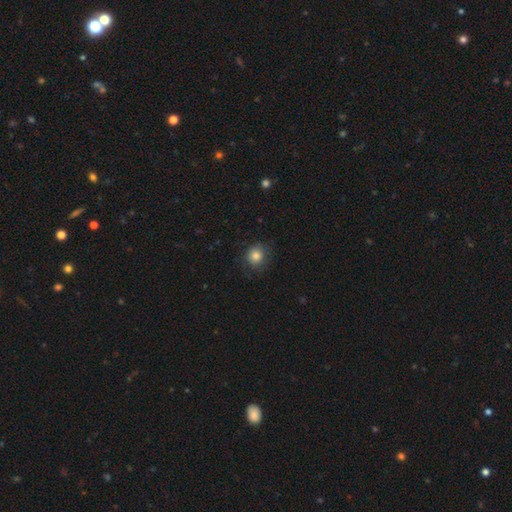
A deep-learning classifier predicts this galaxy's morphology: Overall: smooth (84%). How rounded: round (85%). Merging: none (80%).